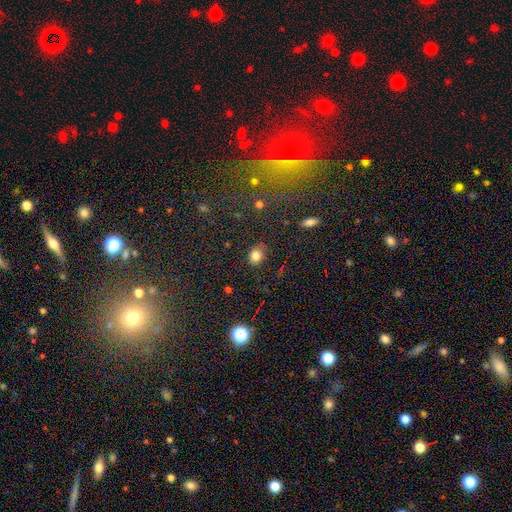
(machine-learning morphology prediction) Smooth or featured? Predicted: smooth (p=0.81). How rounded? Predicted: round (p=0.68). Merging? Predicted: none (p=0.80).